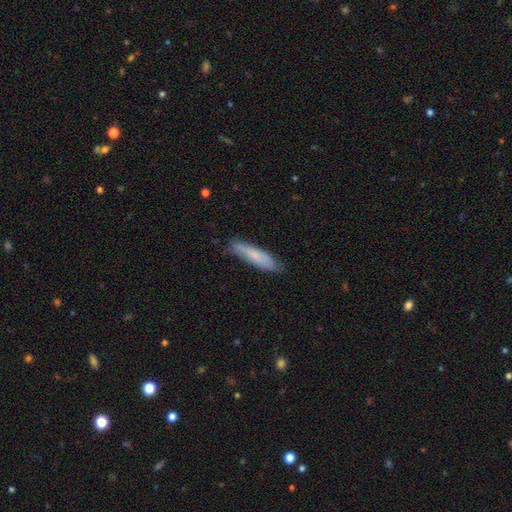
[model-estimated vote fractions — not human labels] A smooth galaxy with no disk features (67%) that is cigar-shaped (81%). Merging: none (78%).